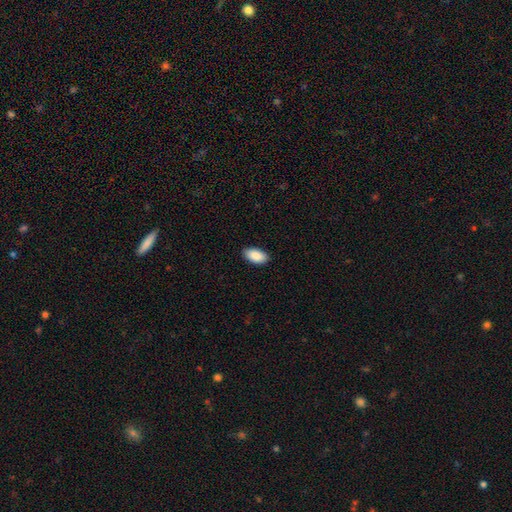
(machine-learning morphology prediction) Overall: smooth (89%). How rounded: in between (95%). Merging: none (89%).